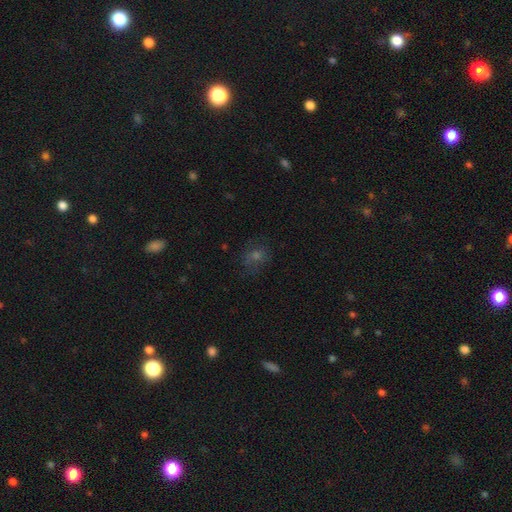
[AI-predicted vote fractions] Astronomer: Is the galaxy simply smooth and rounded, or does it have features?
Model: smooth — 48% (runner-up: star or artifact, 33%).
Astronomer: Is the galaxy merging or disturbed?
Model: none — 73%.